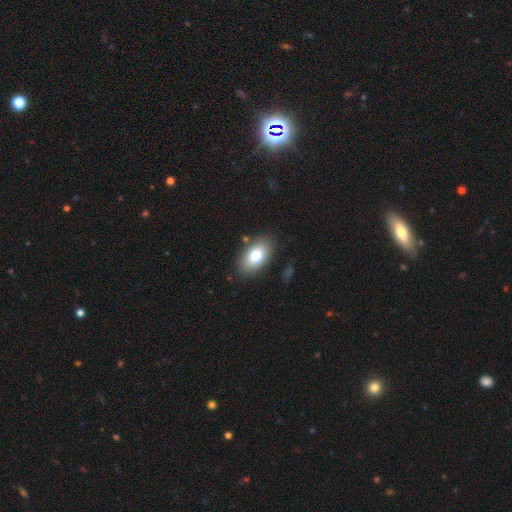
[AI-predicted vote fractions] smooth 80%, featured or disk 13%, star or artifact 7%. Down the decision tree: how rounded — in between (93%); merging — none (84%).